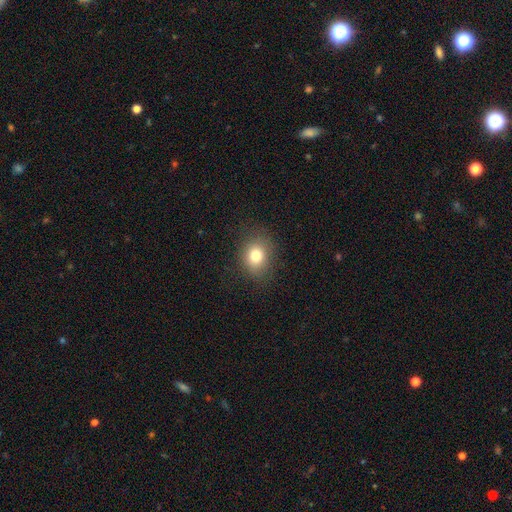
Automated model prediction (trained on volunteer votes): Morphology: type=smooth (78%); roundness=round (57%); merging=none (83%).